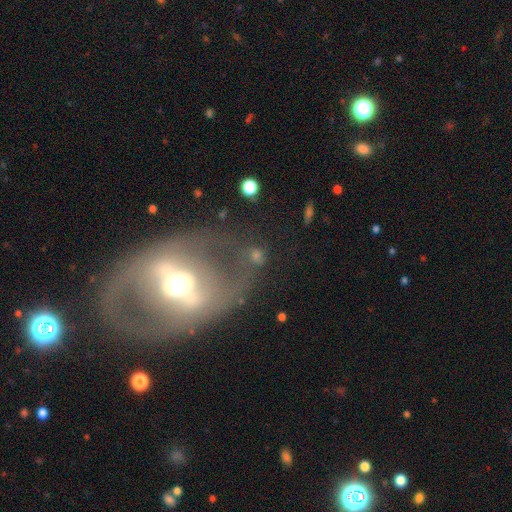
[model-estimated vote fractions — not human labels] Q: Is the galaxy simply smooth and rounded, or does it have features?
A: featured or disk — 45%.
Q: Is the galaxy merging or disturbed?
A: none — 48%.